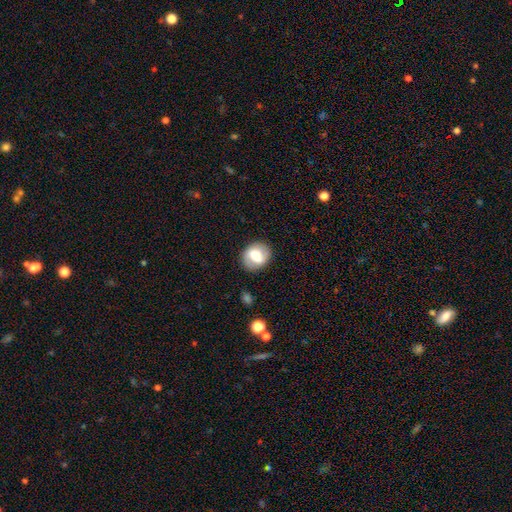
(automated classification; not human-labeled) Overall: smooth (57%; featured or disk 35%). How rounded: round (66%; in between 33%). Merging: none (85%).